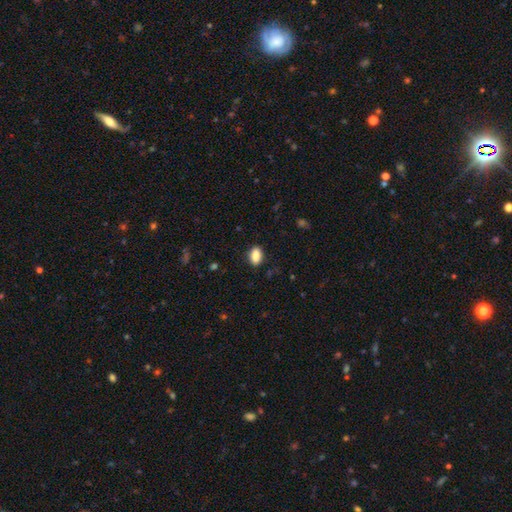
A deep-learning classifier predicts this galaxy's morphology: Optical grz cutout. It shows a smooth galaxy with no disk features (86%) that is in between round and cigar-shaped (88%). Merging: none (88%).